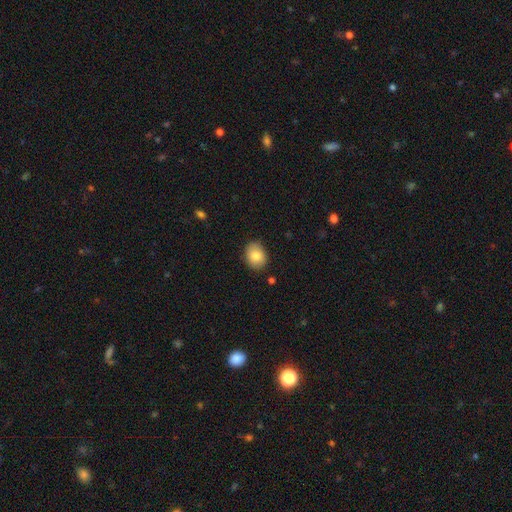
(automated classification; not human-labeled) smooth-or-featured: smooth: 83% | featured or disk: 9% | star or artifact: 8%
  how-rounded: in between: 55% | round: 44% | cigar-shaped: 1%
  merging: none: 85% | minor disturbance: 12% | major disturbance: 2% | merger: 1%